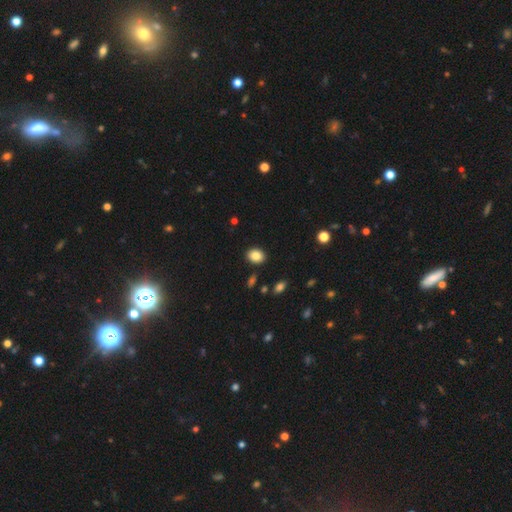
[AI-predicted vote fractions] smooth-or-featured: smooth: 86% | star or artifact: 9% | featured or disk: 6%
  how-rounded: in between: 58% | round: 41% | cigar-shaped: 1%
  merging: none: 89% | minor disturbance: 7% | major disturbance: 2% | merger: 2%